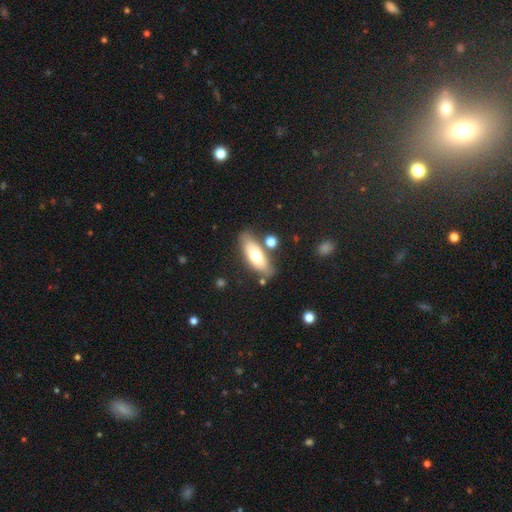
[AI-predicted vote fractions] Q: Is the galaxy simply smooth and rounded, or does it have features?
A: smooth — 65%.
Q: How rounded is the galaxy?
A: in between — 70%.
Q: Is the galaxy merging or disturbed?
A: none — 71%.